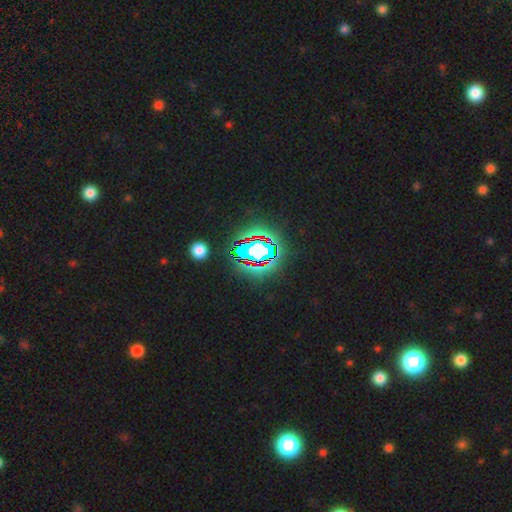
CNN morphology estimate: This is likely a star or artifact rather than a galaxy (73%).